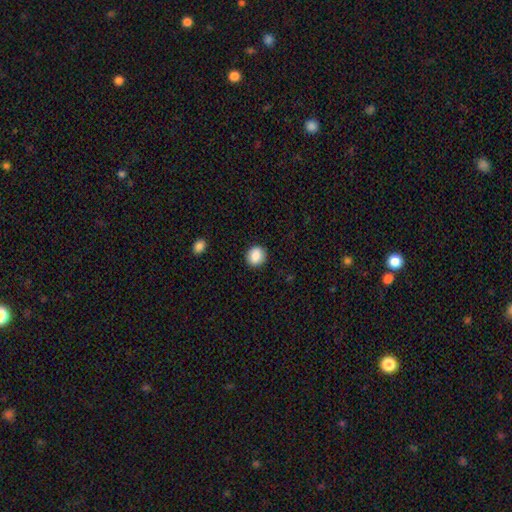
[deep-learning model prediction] smooth 88%, star or artifact 8%, featured or disk 4%. Down the decision tree: how rounded — round (79%); merging — none (91%).